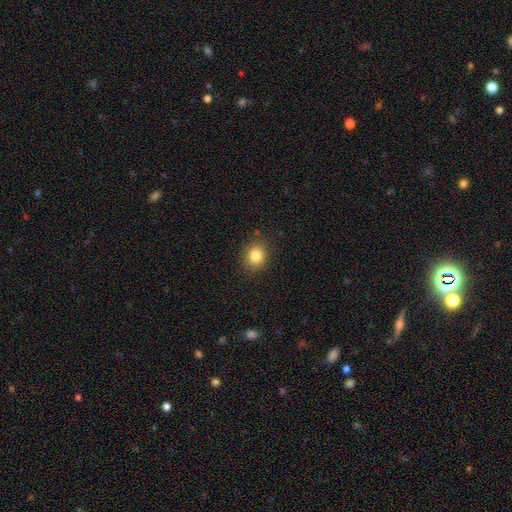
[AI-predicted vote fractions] A smooth galaxy with no disk features (83%) that is round (66%). Merging: none (86%).